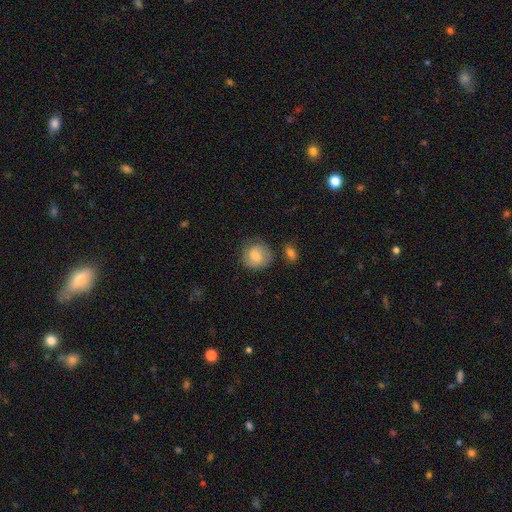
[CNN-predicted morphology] A smooth galaxy with no disk features (67%) that is round (81%).

Vote fractions:
- Smooth or featured? smooth: 67% / featured or disk: 25% / star or artifact: 8%
- How rounded? round: 81% / in between: 18% / cigar-shaped: 1%
- Merging? none: 70% / minor disturbance: 19% / major disturbance: 6% / merger: 5%